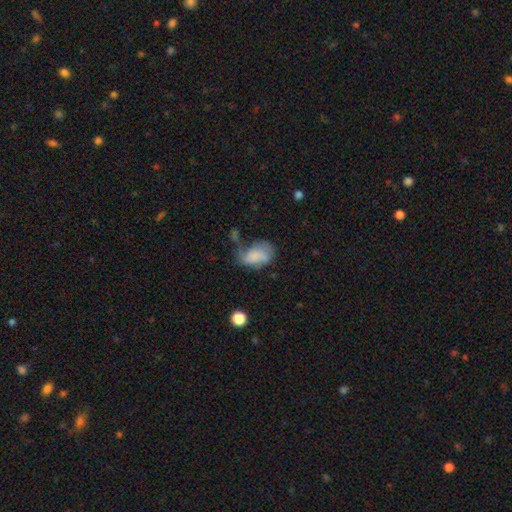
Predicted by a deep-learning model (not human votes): A smooth galaxy with no disk features (68%) that is in between round and cigar-shaped (86%).

Vote fractions:
- Smooth or featured? smooth: 68% / featured or disk: 23% / star or artifact: 9%
- How rounded? in between: 86% / round: 13% / cigar-shaped: 2%
- Merging? major disturbance: 31% / minor disturbance: 30% / none: 29% / merger: 10%